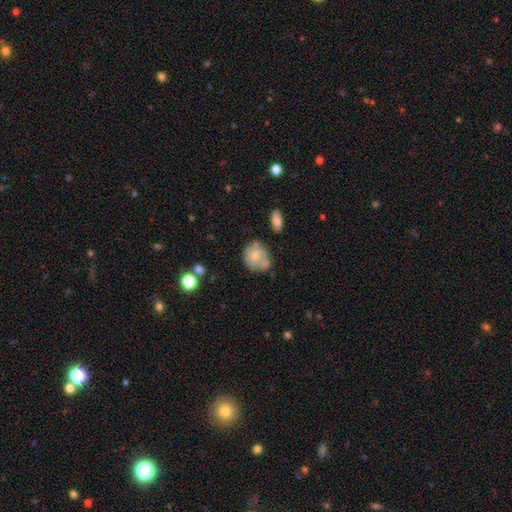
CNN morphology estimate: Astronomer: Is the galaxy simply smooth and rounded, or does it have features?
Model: smooth — 68%.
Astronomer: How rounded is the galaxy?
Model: round — 72%.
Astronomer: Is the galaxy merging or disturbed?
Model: none — 52%.